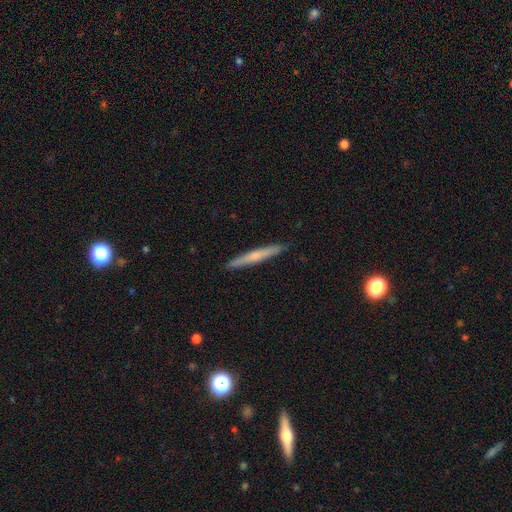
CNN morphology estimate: Q: Smooth or featured?
A: smooth (49%); runner-up: featured or disk (45%)
Q: Merging?
A: none (92%); runner-up: minor disturbance (6%)